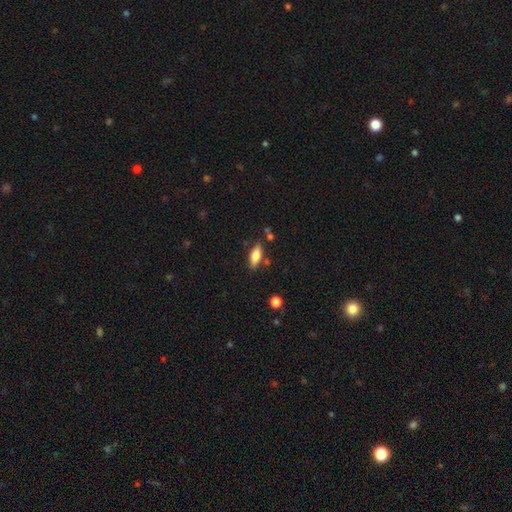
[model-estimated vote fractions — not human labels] Smooth or featured? Predicted: smooth (p=0.79). How rounded? Predicted: in between (p=0.76). Merging? Predicted: none (p=0.79).